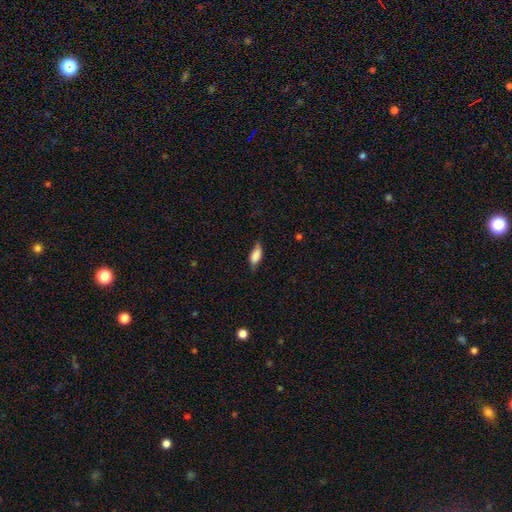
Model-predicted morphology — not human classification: Smooth or featured?
  - smooth: 79% *
  - featured or disk: 14%
  - star or artifact: 7%
How rounded?
  - in between: 82% *
  - cigar-shaped: 15%
  - round: 3%
Merging?
  - none: 64% *
  - minor disturbance: 28%
  - major disturbance: 6%
  - merger: 1%